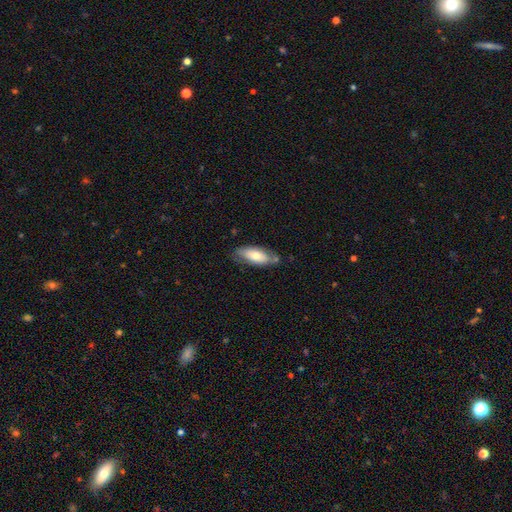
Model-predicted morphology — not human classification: The model was most divided on "merging": none: 67%, minor disturbance: 23%, merger: 6%, major disturbance: 5%. More confident: how rounded — in between (78%); smooth or featured — smooth (69%).